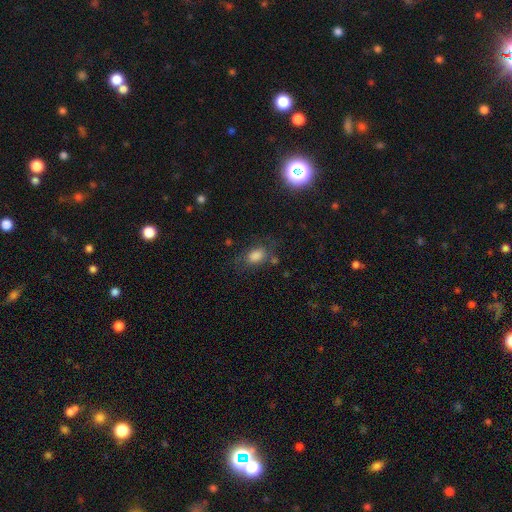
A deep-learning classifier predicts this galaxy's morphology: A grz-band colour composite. It shows a smooth galaxy with no disk features (78%) that is in between round and cigar-shaped (81%). Merging: none (64%).